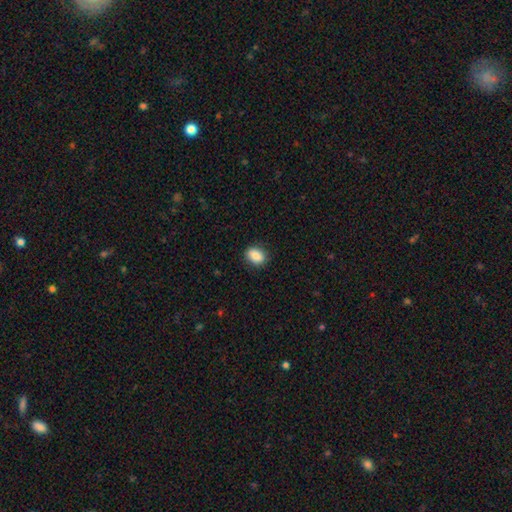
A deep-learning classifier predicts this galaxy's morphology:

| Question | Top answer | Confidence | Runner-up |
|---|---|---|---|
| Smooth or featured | smooth | 88% | star or artifact (8%) |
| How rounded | in between | 69% | round (30%) |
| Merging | none | 87% | minor disturbance (10%) |